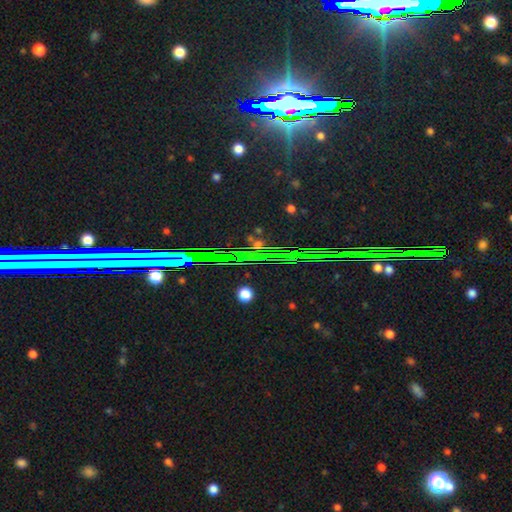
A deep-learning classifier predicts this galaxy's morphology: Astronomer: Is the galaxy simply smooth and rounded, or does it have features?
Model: star or artifact — 83%.